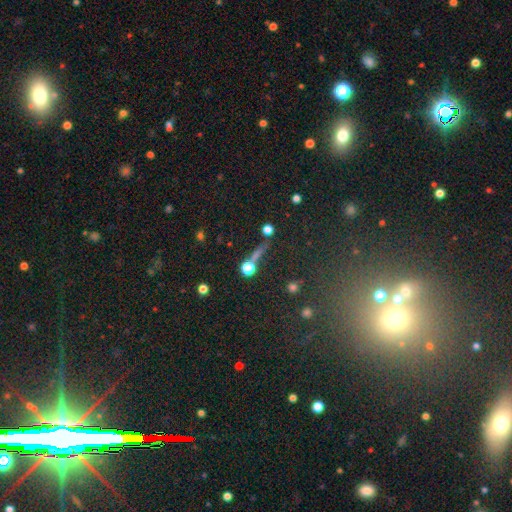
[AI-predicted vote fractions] Smooth or featured? smooth (45%)
Merging? none (70%)